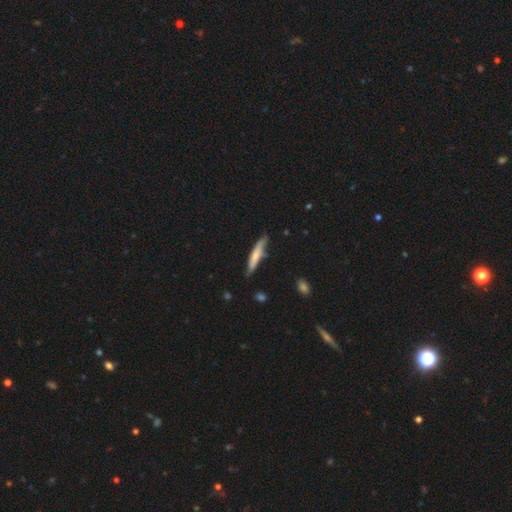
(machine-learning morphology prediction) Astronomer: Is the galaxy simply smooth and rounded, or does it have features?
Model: smooth — 63%.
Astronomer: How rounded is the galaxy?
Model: cigar-shaped — 90%.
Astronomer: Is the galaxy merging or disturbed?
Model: none — 67%.